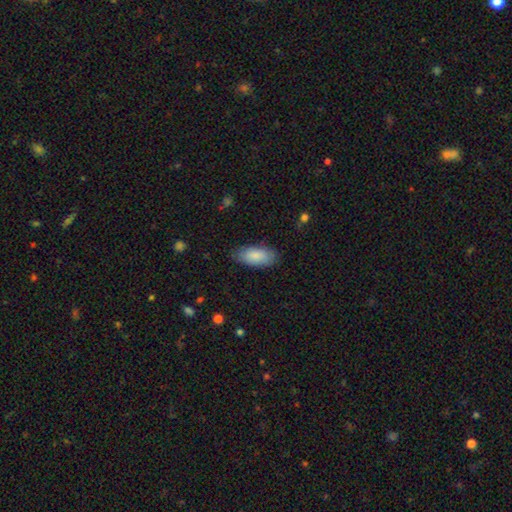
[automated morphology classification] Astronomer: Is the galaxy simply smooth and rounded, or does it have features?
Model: smooth — 85%.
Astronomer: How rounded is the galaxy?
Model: in between — 91%.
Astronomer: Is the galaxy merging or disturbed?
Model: none — 81%.